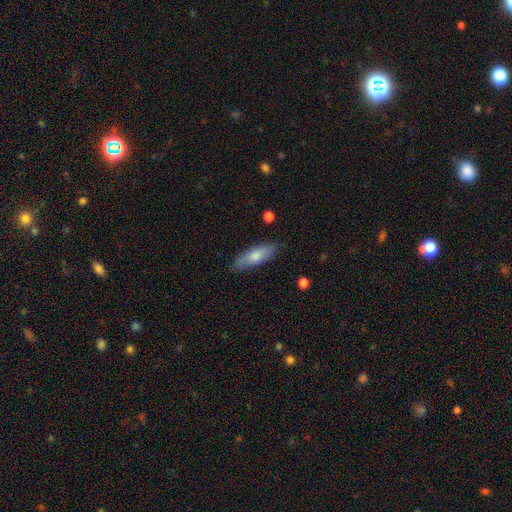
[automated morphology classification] Smooth or featured? Predicted: smooth (p=0.76). How rounded? Predicted: in between (p=0.59). Merging? Predicted: none (p=0.80).